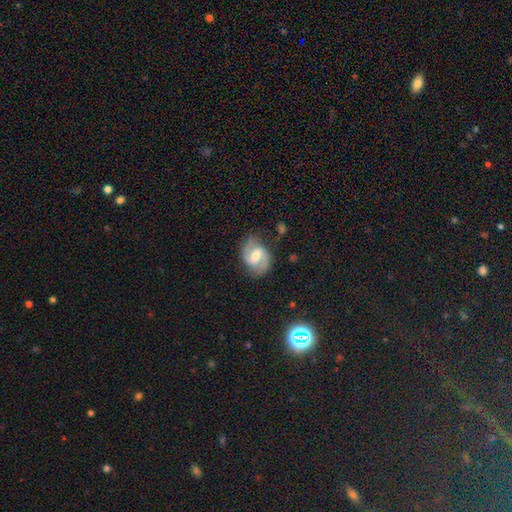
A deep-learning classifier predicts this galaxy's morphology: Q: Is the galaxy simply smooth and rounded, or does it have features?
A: featured or disk — 79%.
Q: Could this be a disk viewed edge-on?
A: no — 98%.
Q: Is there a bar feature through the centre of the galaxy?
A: weak — 56%.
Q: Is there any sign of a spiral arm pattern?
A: yes — 94%.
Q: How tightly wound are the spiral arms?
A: medium — 54%.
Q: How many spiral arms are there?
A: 2 — 91%.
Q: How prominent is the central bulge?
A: moderate — 59%.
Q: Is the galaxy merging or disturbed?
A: none — 78%.